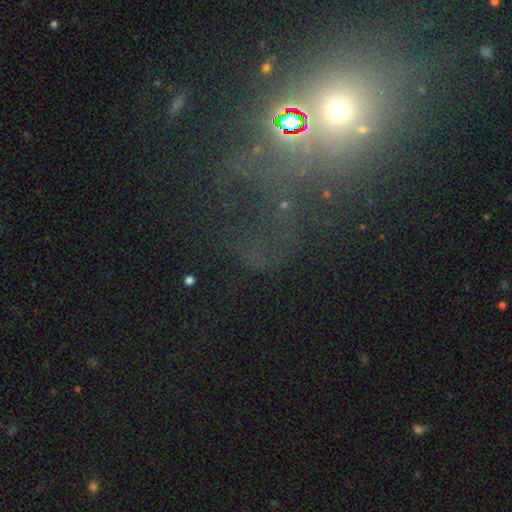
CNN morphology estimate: A star or artifact, not a galaxy (59%).

Vote fractions:
- Smooth or featured? star or artifact: 59% / smooth: 21% / featured or disk: 20%